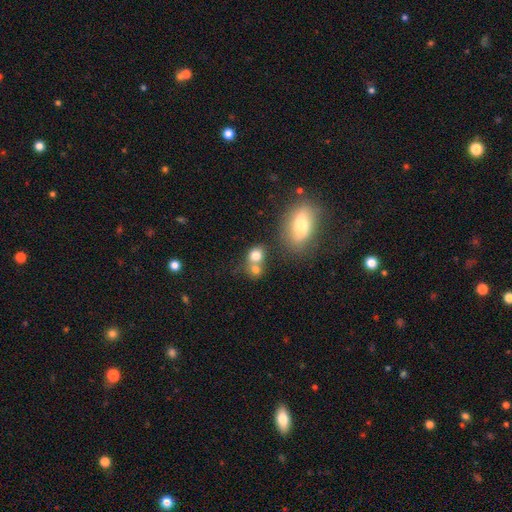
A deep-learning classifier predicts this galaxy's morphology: Smooth or featured: smooth — 77% (star or artifact — 12%)
How rounded: round — 61% (in between — 37%)
Merging: merger — 45% (none — 41%)